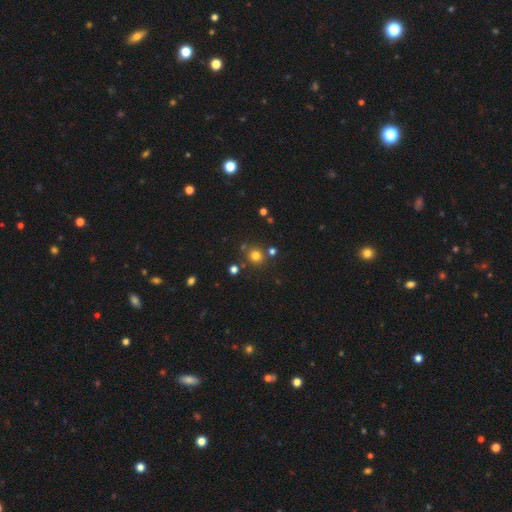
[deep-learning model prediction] Smooth or featured? Predicted: smooth (p=0.76). How rounded? Predicted: round (p=0.88). Merging? Predicted: none (p=0.80).